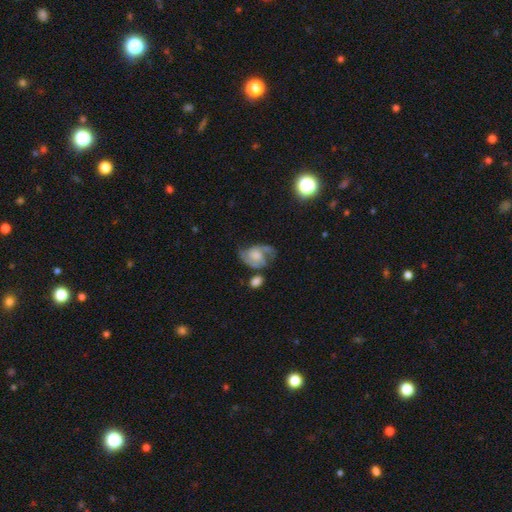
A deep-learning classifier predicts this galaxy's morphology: This appears to be a featured or disk galaxy (78%) with no bar (55%), 2 (86%) medium (51%) spiral arms (93%) and no central bulge (30%). Merging: none (53%).